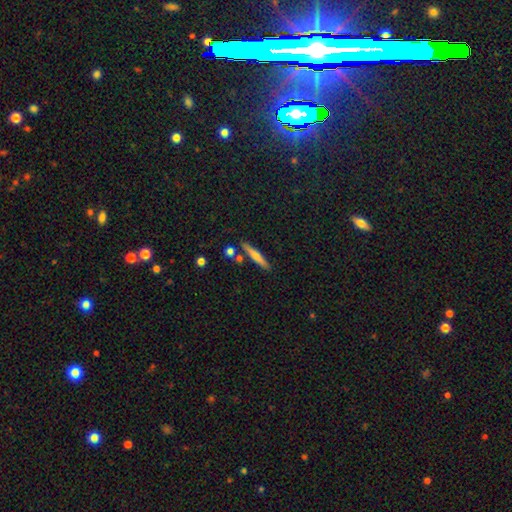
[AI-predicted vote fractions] Smooth or featured: smooth — 52% (featured or disk — 41%)
How rounded: cigar-shaped — 92% (in between — 6%)
Merging: none — 84% (minor disturbance — 8%)